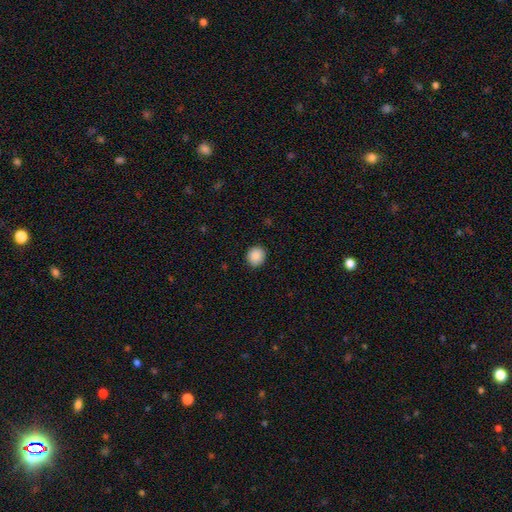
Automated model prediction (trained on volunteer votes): This appears to be a smooth galaxy with no disk features (88%) that is round (87%). Merging: none (91%).